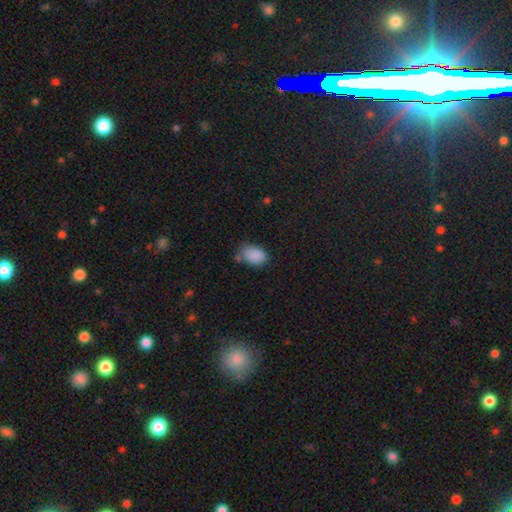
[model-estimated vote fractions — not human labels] Smooth or featured: smooth — 87% (star or artifact — 9%)
How rounded: in between — 84% (round — 15%)
Merging: none — 61% (minor disturbance — 26%)